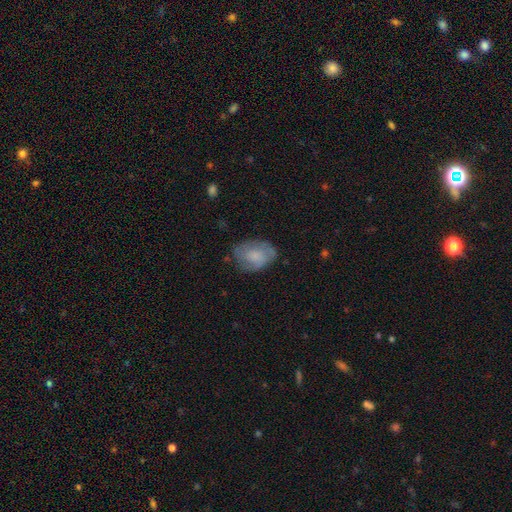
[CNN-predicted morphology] Overall: smooth (58%; featured or disk 34%). How rounded: in between (79%). Merging: none (62%; minor disturbance 26%).